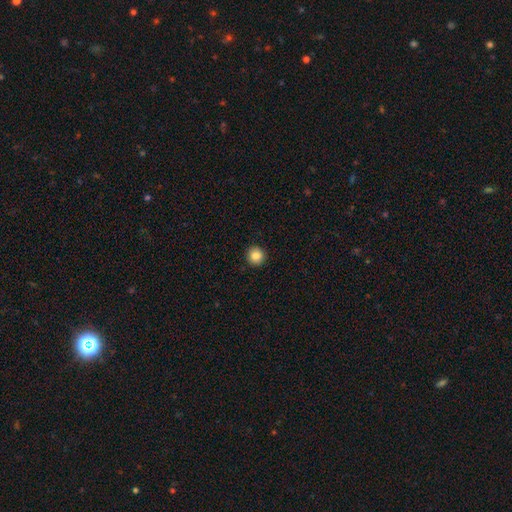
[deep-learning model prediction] The model was most divided on "smooth or featured": smooth: 85%, star or artifact: 10%, featured or disk: 5%. More confident: how rounded — round (95%); merging — none (93%).